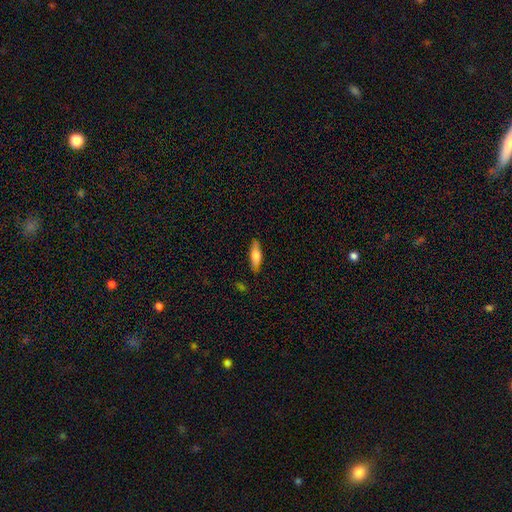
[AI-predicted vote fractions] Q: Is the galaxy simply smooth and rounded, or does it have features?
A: smooth — 71%.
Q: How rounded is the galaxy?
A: cigar-shaped — 50%.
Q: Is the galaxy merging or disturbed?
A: none — 85%.